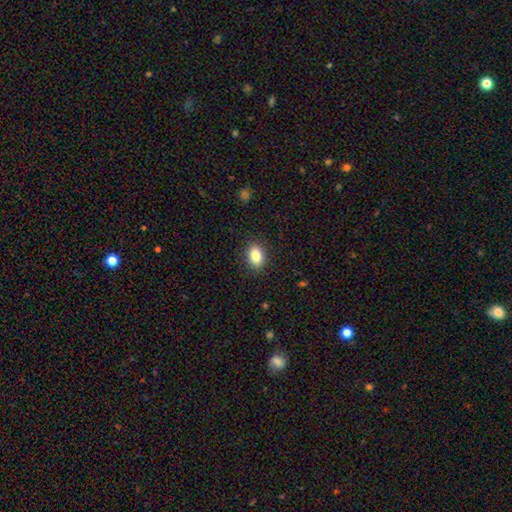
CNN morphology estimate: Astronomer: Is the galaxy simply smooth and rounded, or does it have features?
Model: smooth — 85%.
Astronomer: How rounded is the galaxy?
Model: in between — 81%.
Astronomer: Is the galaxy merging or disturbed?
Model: none — 88%.